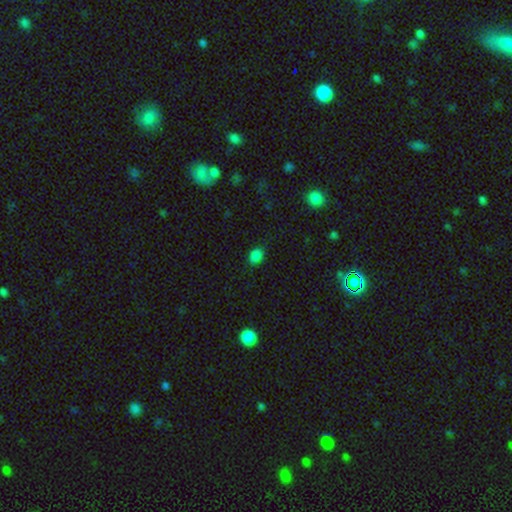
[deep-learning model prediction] The model was most divided on "how rounded": in between: 59%, round: 40%, cigar-shaped: 1%. More confident: merging — none (83%); smooth or featured — smooth (83%).